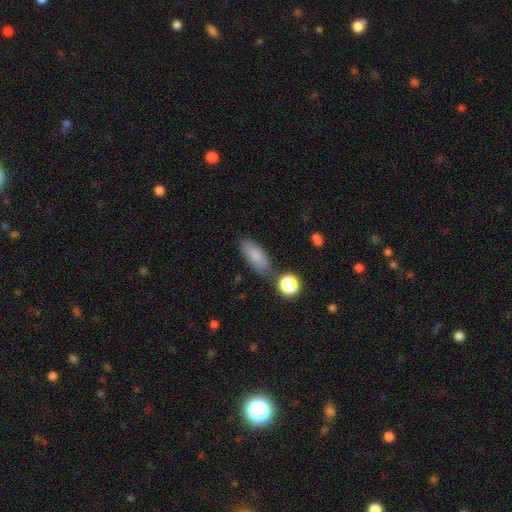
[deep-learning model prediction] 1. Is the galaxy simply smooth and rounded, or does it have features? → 81% smooth, 11% featured or disk, 8% star or artifact.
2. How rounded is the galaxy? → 75% in between, 22% cigar-shaped, 3% round.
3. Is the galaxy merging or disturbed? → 73% none, 15% minor disturbance, 7% merger, 4% major disturbance.